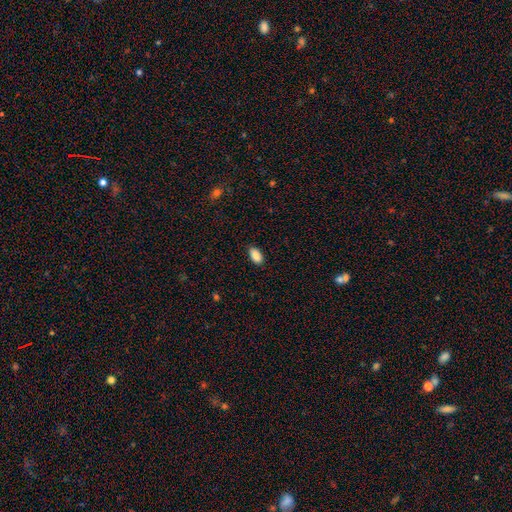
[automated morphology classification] Overall: smooth (89%). How rounded: in between (93%). Merging: none (88%).